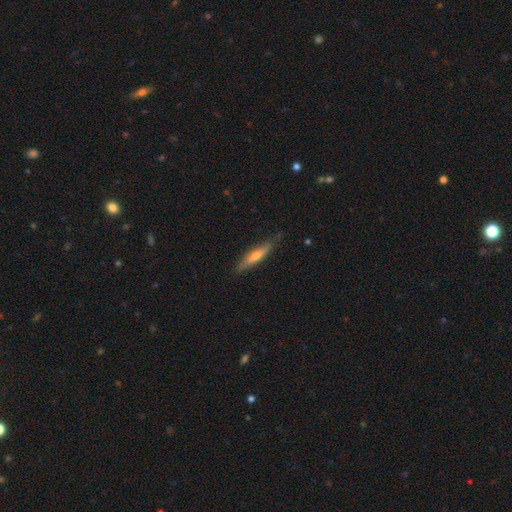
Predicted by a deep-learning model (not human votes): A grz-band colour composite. It shows a smooth galaxy with no disk features (51%) that is cigar-shaped (86%). Merging: none (77%).